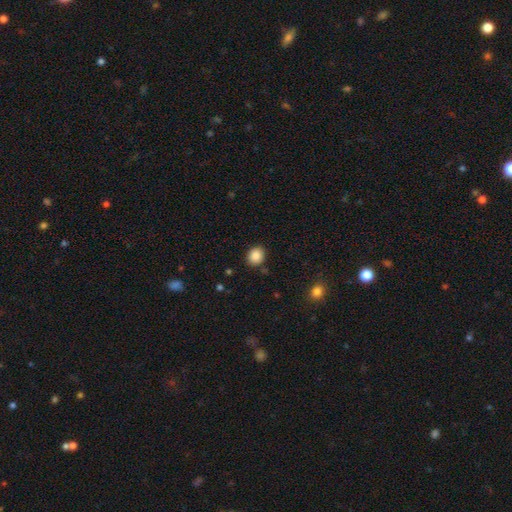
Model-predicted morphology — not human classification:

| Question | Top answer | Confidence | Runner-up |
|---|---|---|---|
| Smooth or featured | smooth | 88% | star or artifact (9%) |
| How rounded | round | 71% | in between (28%) |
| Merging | none | 87% | minor disturbance (8%) |